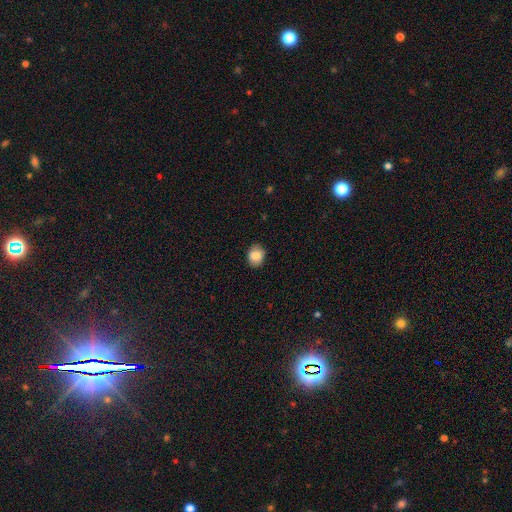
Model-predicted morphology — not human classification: Q: Smooth or featured?
A: smooth (85%); runner-up: star or artifact (8%)
Q: How rounded?
A: round (52%); runner-up: in between (47%)
Q: Merging?
A: none (87%); runner-up: minor disturbance (10%)